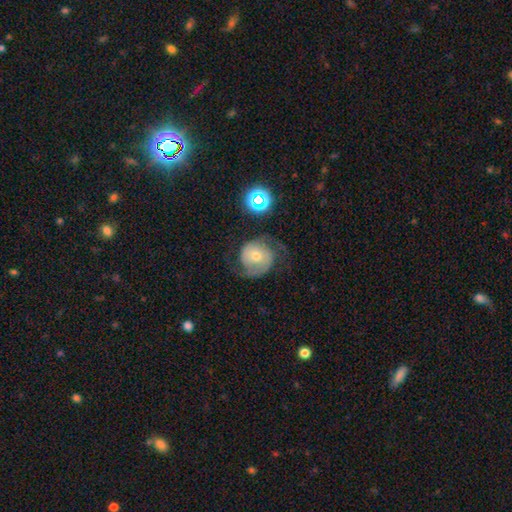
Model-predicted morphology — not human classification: A featured or disk galaxy (72%) with no bar (71%), 2 (87%) medium (46%) spiral arms (93%) and a small central bulge (46%, tied with moderate). Merging: none (64%).